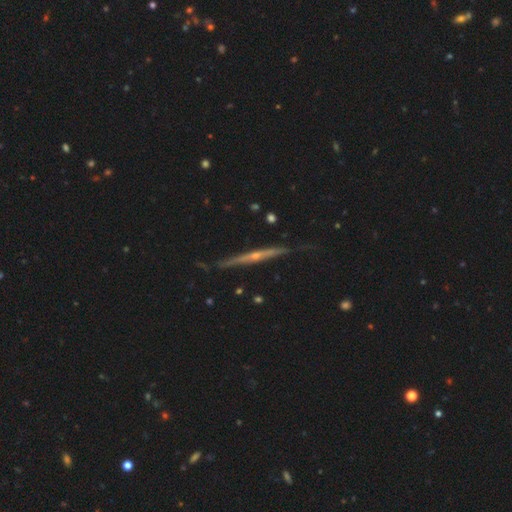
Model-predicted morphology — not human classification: Smooth or featured: featured or disk — 81% (smooth — 13%)
Edge-on disk: yes — 97% (no — 3%)
Edge-on bulge: rounded — 75% (none — 21%)
Merging: none — 82% (minor disturbance — 14%)